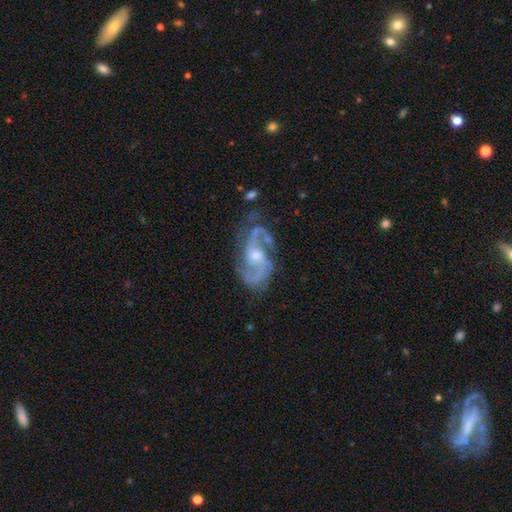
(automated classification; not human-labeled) smooth-or-featured: featured or disk: 91% | star or artifact: 6% | smooth: 4%
  disk-edge-on: no: 97% | yes: 3%
    bar: no: 52% | weak: 36% | strong: 11%
    has-spiral-arms: yes: 98% | no: 2%
      spiral-winding: medium: 56% | loose: 24% | tight: 21%
      spiral-arm-count: 2: 74% | 3: 13% | can't tell: 5% | 4: 3% | 1: 3% | more than 4: 2%
    bulge-size: moderate: 53% | small: 42% | large: 2% | none: 2% | dominant: 1%
  merging: none: 68% | minor disturbance: 20% | major disturbance: 9% | merger: 3%